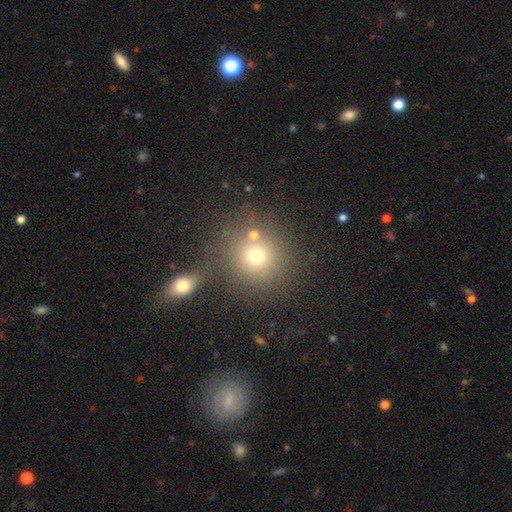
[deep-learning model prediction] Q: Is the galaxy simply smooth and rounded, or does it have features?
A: smooth — 70%.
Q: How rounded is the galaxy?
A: round — 88%.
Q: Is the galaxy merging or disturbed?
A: none — 65%.